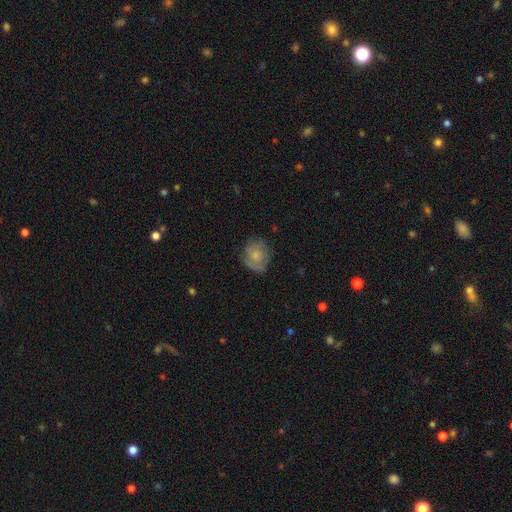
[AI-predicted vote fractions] smooth_or_featured: smooth (p=0.65) [alt: featured or disk p=0.27]
how_rounded: round (p=0.69) [alt: in between p=0.30]
merging: none (p=0.63) [alt: minor disturbance p=0.25]